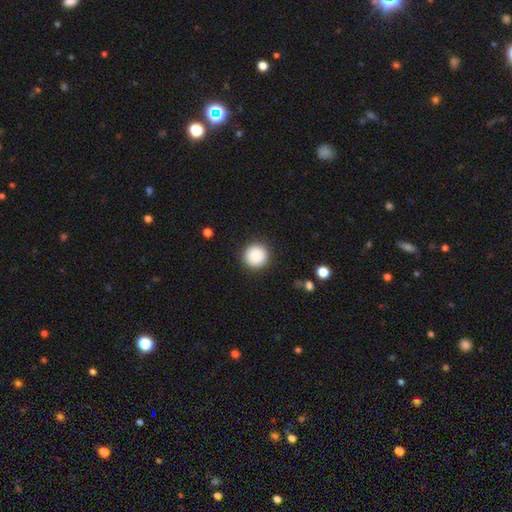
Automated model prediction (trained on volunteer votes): Q: Smooth or featured?
A: smooth (88%); runner-up: star or artifact (8%)
Q: How rounded?
A: round (95%); runner-up: in between (4%)
Q: Merging?
A: none (91%); runner-up: minor disturbance (6%)